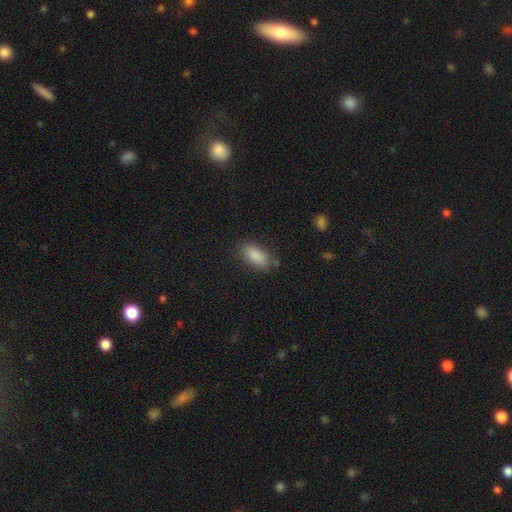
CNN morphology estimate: The model was most divided on "merging": none: 79%, minor disturbance: 15%, major disturbance: 4%, merger: 2%. More confident: how rounded — in between (90%); smooth or featured — smooth (88%).